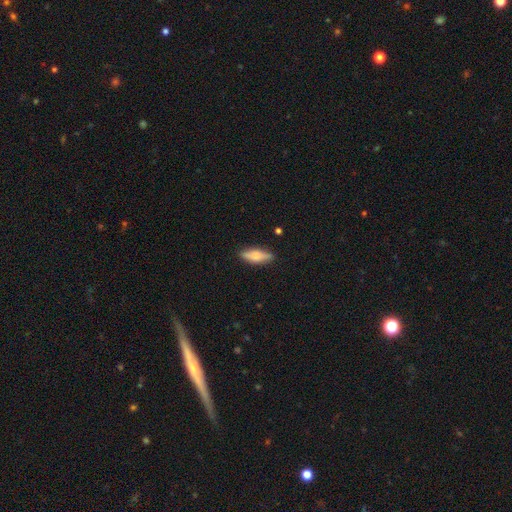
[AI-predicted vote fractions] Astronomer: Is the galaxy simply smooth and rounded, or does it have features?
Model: smooth — 69%.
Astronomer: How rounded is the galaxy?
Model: in between — 57% (runner-up: cigar-shaped, 40%).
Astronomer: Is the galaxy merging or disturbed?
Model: none — 84%.